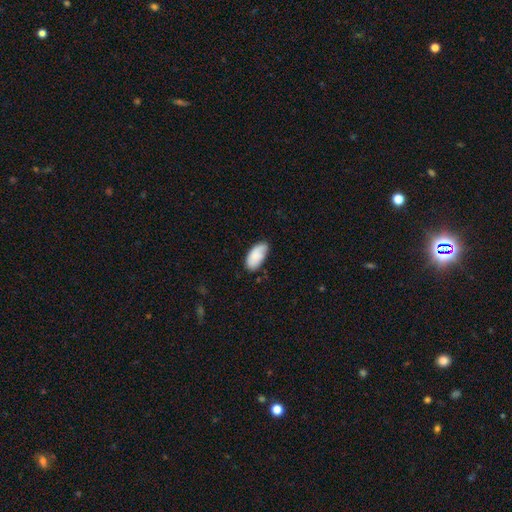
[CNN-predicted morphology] Q: Smooth or featured?
A: smooth (81%); runner-up: featured or disk (13%)
Q: How rounded?
A: in between (95%); runner-up: cigar-shaped (3%)
Q: Merging?
A: none (63%); runner-up: minor disturbance (29%)